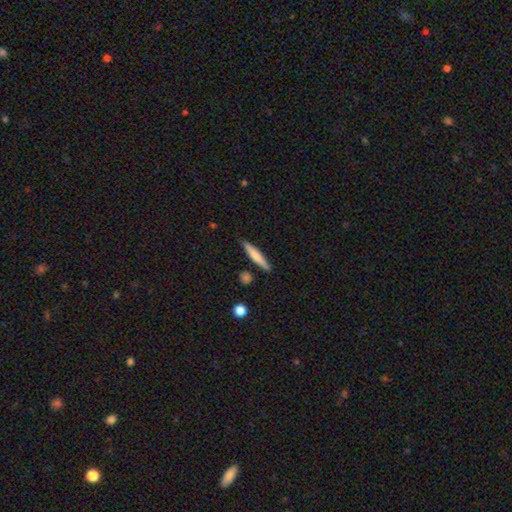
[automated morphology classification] type=smooth (68%); roundness=cigar-shaped (91%); merging=none (86%).